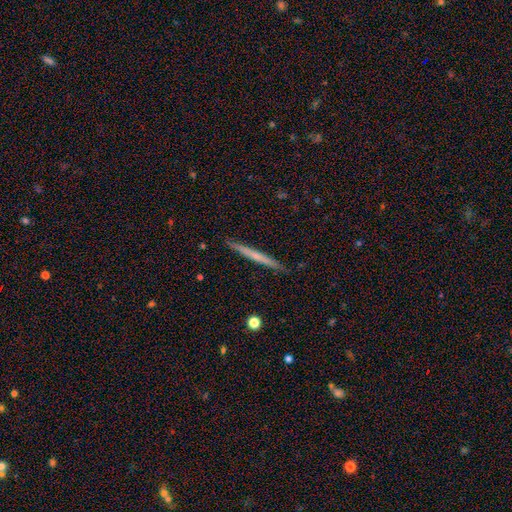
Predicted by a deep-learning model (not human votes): This is possibly a smooth galaxy (48%). Merging: clearly none (91%).